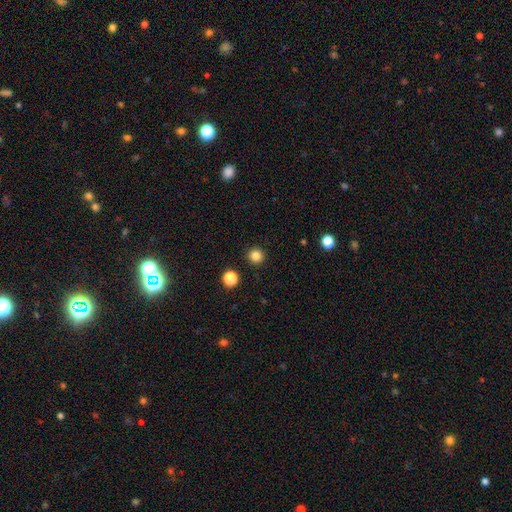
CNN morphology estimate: This is clearly a smooth galaxy (84%). How rounded: clearly round (95%). Merging: clearly none (93%).